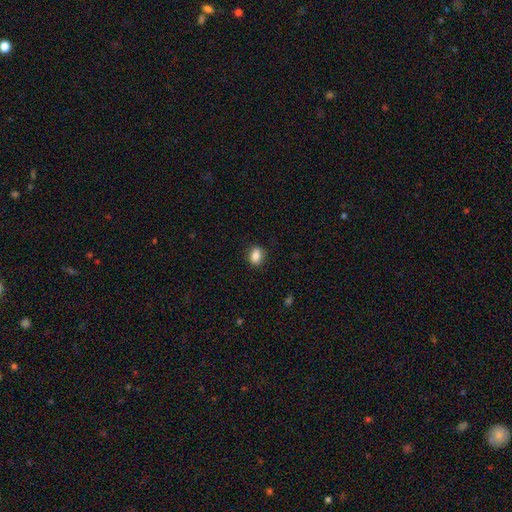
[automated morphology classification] Smooth or featured? Predicted: smooth (p=0.86). How rounded? Predicted: in between (p=0.64). Merging? Predicted: none (p=0.85).